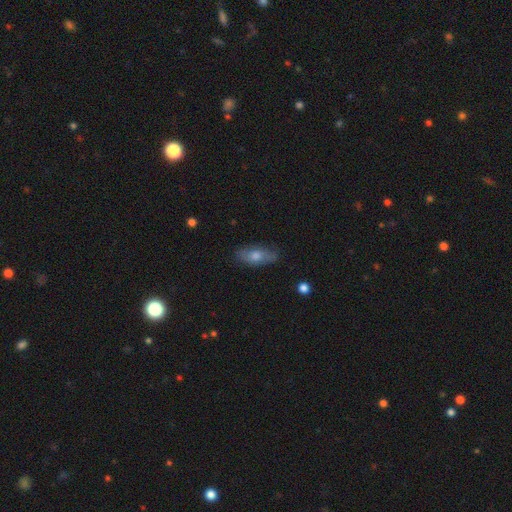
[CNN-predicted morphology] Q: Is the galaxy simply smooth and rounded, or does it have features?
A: smooth — 58%.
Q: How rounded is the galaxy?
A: in between — 73%.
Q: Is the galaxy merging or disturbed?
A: none — 83%.